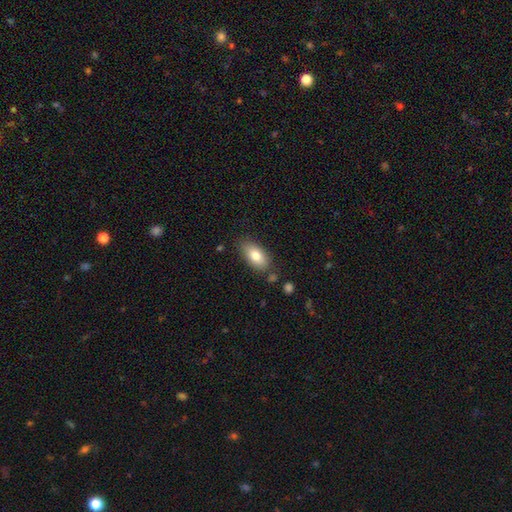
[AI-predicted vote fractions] smooth-or-featured: smooth: 79% | featured or disk: 14% | star or artifact: 7%
  how-rounded: in between: 91% | round: 5% | cigar-shaped: 4%
  merging: none: 79% | minor disturbance: 14% | merger: 3% | major disturbance: 3%